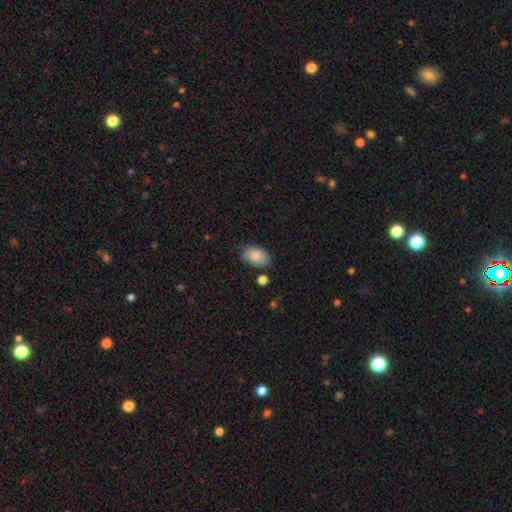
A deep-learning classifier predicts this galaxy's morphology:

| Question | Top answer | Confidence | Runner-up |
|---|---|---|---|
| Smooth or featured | smooth | 85% | featured or disk (8%) |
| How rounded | in between | 88% | round (10%) |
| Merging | none | 69% | minor disturbance (22%) |